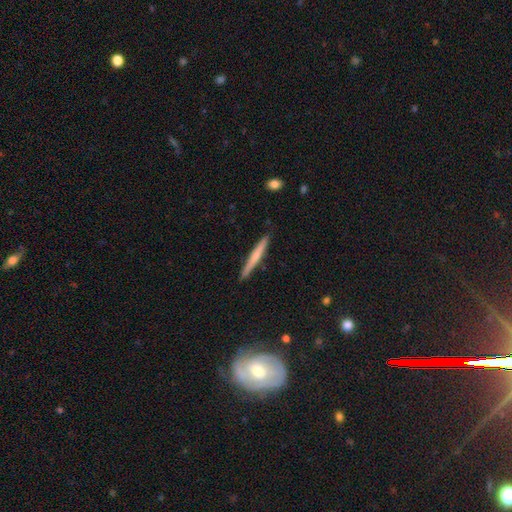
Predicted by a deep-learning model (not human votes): Overall: smooth (56%; featured or disk 39%). How rounded: cigar-shaped (96%). Merging: none (90%).